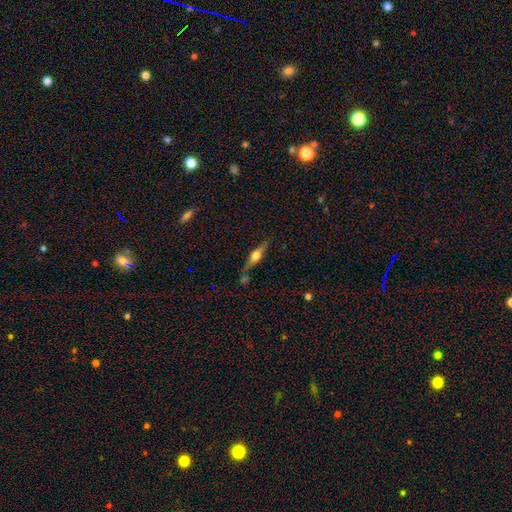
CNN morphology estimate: Smooth or featured?
  - featured or disk: 65% *
  - smooth: 28%
  - star or artifact: 7%
Edge-on disk?
  - yes: 94% *
  - no: 6%
Edge-on bulge?
  - rounded: 93% *
  - boxy: 5%
  - none: 2%
Merging?
  - none: 71% *
  - minor disturbance: 15%
  - merger: 10%
  - major disturbance: 4%